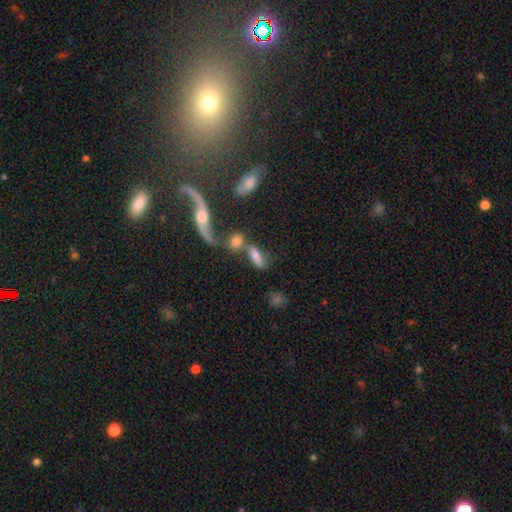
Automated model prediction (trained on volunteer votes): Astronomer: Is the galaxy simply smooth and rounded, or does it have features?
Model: smooth — 51% (runner-up: featured or disk, 37%).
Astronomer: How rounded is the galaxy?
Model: in between — 63%.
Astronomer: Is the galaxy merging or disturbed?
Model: merger — 41% (runner-up: none, 35%).